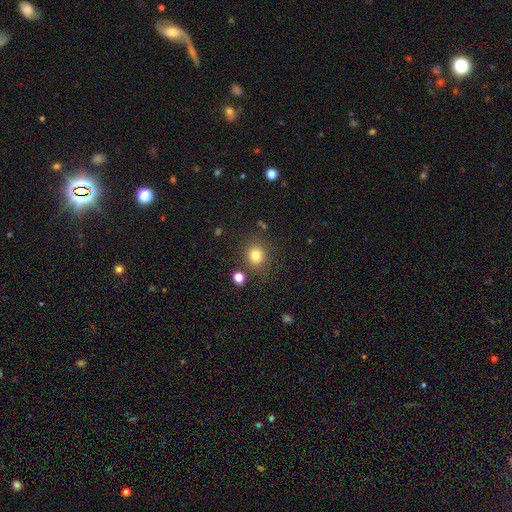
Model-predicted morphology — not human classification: smooth 79%, star or artifact 14%, featured or disk 7%. Down the decision tree: how rounded — round (83%); merging — none (82%).